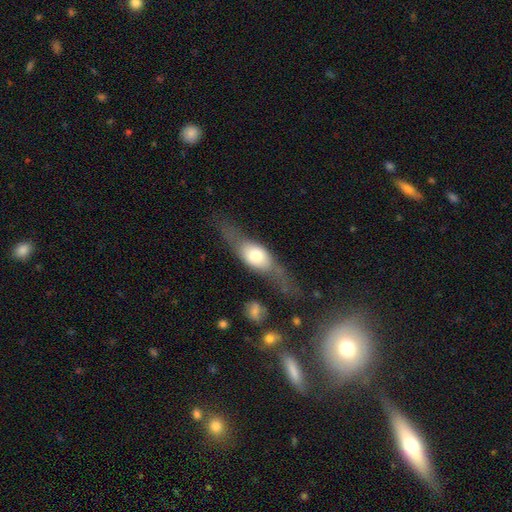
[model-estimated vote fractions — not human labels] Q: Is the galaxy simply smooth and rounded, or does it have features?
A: featured or disk — 53%.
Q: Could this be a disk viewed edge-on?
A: yes — 72%.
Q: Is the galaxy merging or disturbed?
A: none — 56%.